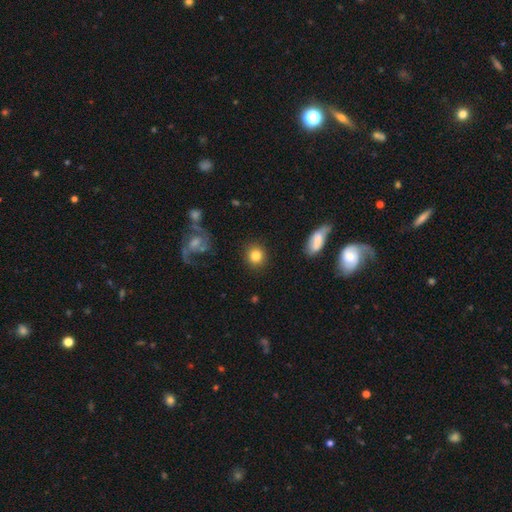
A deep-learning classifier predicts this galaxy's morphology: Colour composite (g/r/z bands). It shows a smooth galaxy with no disk features (82%) that is round (87%). Merging: none (88%).